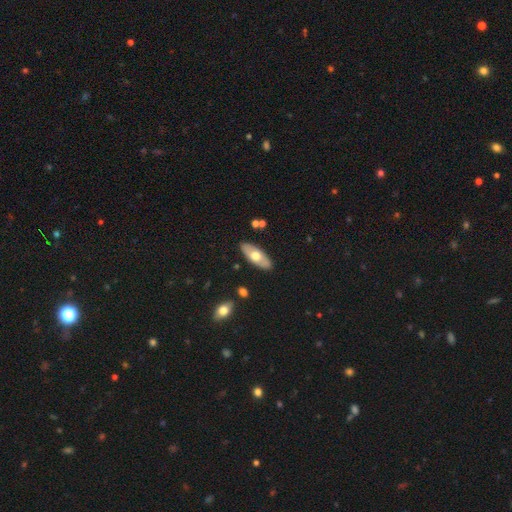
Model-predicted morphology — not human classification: A smooth galaxy with no disk features (55%) that is in between round and cigar-shaped (81%). Merging: none (86%).